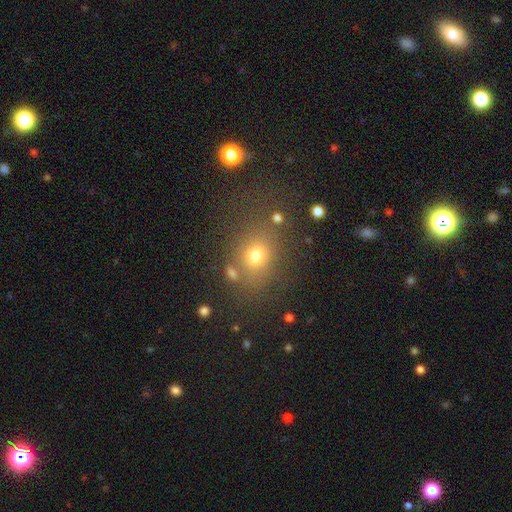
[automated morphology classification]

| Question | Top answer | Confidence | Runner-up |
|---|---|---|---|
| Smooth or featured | smooth | 70% | star or artifact (19%) |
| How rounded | round | 57% | in between (42%) |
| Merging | none | 72% | minor disturbance (13%) |